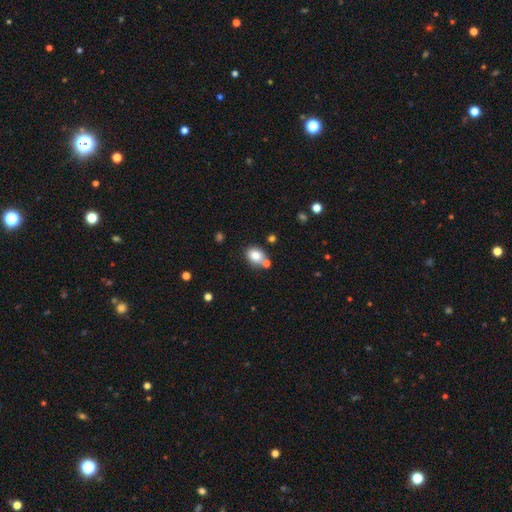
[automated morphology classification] type=smooth (83%); roundness=in between (51%); merging=none (65%).